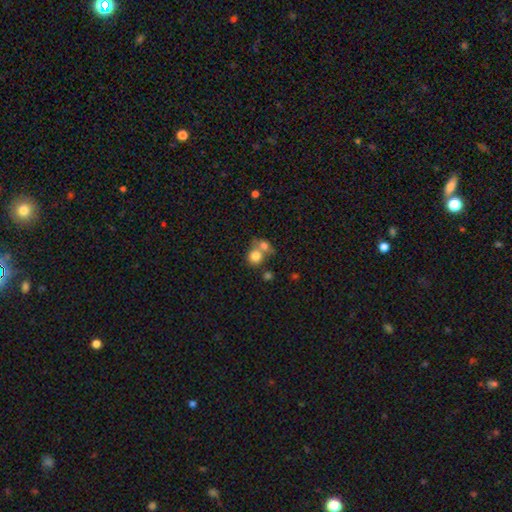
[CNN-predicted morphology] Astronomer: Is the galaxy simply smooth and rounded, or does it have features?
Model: smooth — 77%.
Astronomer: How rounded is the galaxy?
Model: round — 80%.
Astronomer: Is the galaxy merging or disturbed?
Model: merger — 52% (runner-up: none, 37%).